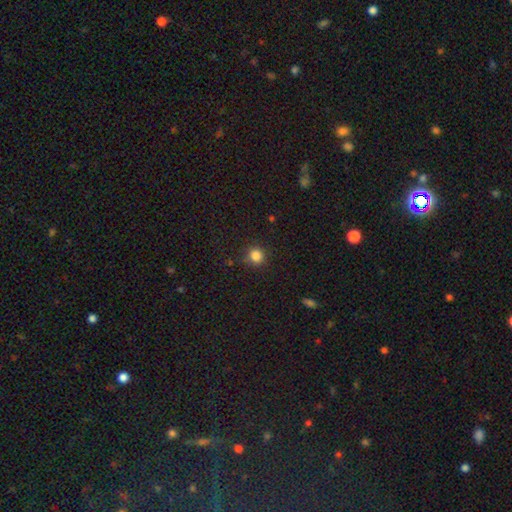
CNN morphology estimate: This is clearly a smooth galaxy (84%). How rounded: clearly round (91%). Merging: clearly none (86%).